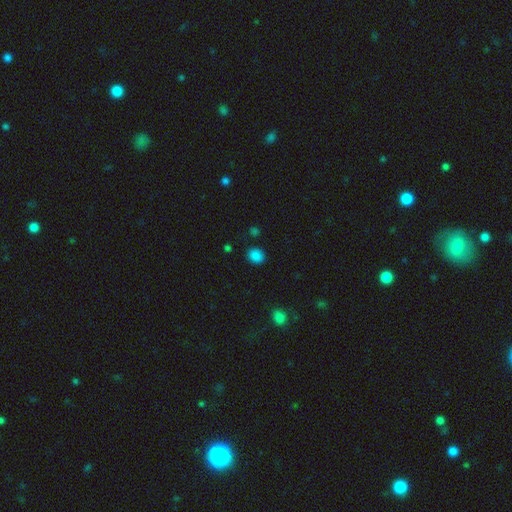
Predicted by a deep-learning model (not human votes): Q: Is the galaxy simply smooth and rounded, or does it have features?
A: smooth — 84%.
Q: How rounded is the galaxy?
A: round — 64%.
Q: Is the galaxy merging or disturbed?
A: none — 85%.